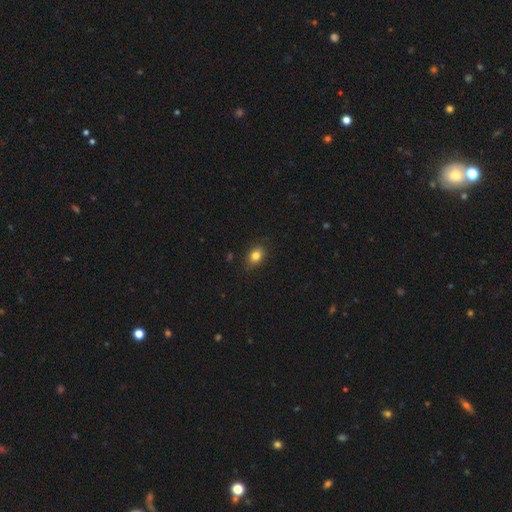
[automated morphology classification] type=smooth (82%); roundness=in between (68%); merging=none (85%).